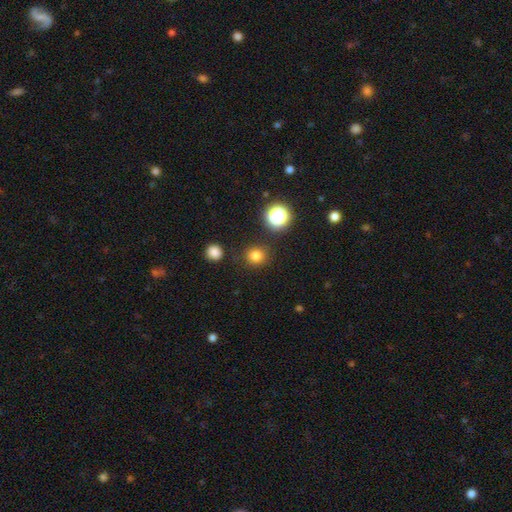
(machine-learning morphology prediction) Q: Smooth or featured?
A: smooth (79%); runner-up: star or artifact (17%)
Q: How rounded?
A: round (87%); runner-up: in between (12%)
Q: Merging?
A: none (87%); runner-up: minor disturbance (7%)